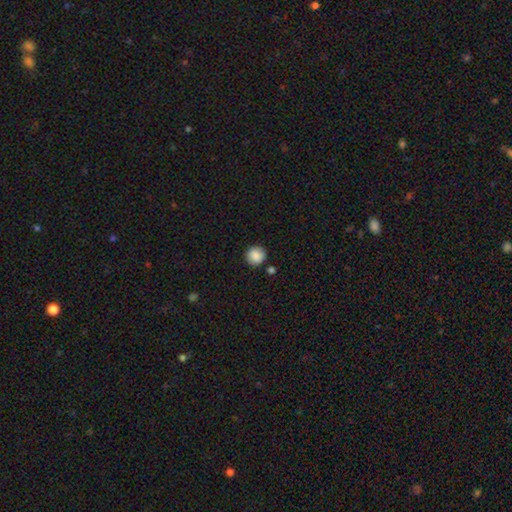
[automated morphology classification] A smooth galaxy with no disk features (87%) that is round (93%). Merging: none (87%).